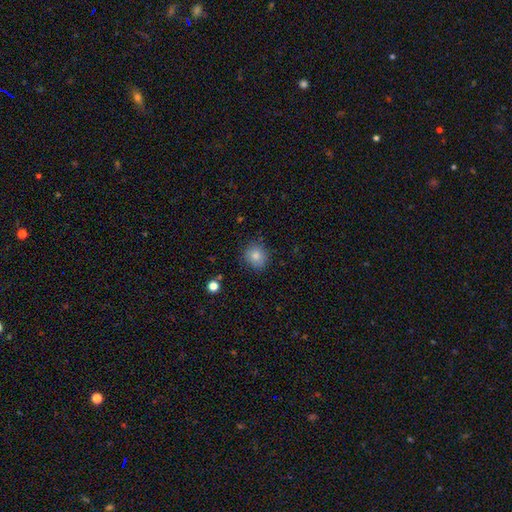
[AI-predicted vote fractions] Overall: smooth (81%). How rounded: round (82%). Merging: none (84%).